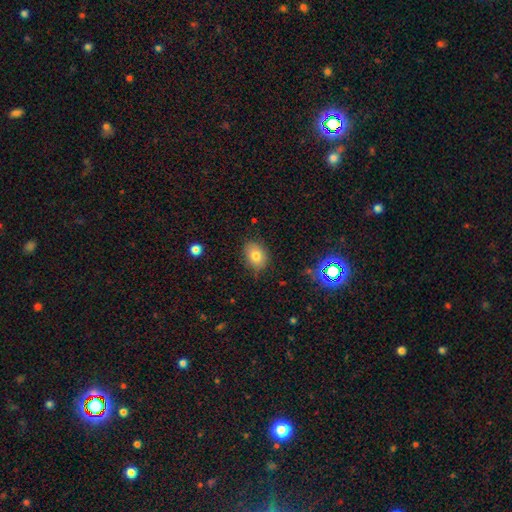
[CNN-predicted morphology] Smooth or featured?
  - smooth: 78% *
  - featured or disk: 12%
  - star or artifact: 11%
How rounded?
  - in between: 70% *
  - round: 29%
  - cigar-shaped: 1%
Merging?
  - none: 81% *
  - minor disturbance: 14%
  - major disturbance: 3%
  - merger: 1%